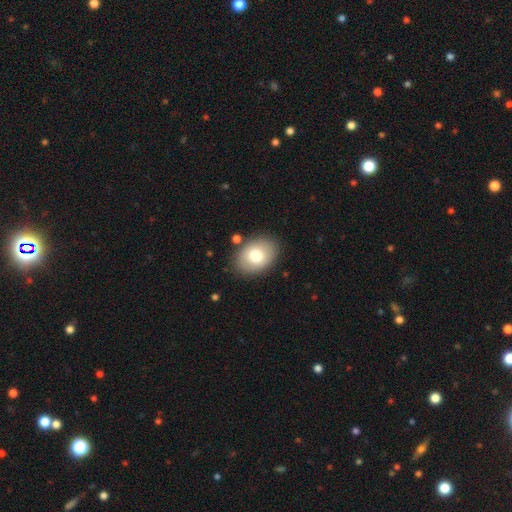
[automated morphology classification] The model was most divided on "how rounded": in between: 78%, round: 21%, cigar-shaped: 1%. More confident: merging — none (83%); smooth or featured — smooth (77%).